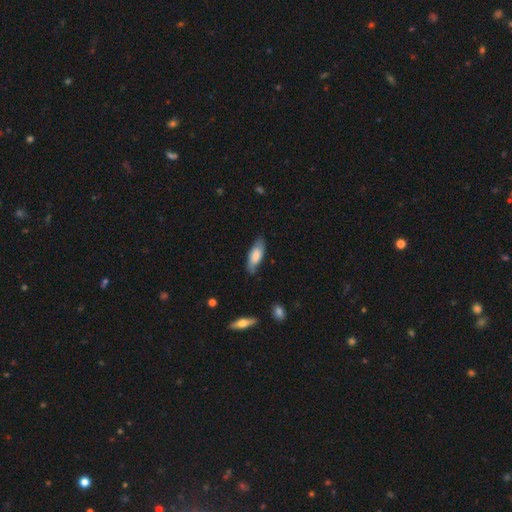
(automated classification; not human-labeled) Smooth or featured? smooth (67%)
How rounded? in between (73%)
Merging? none (73%)